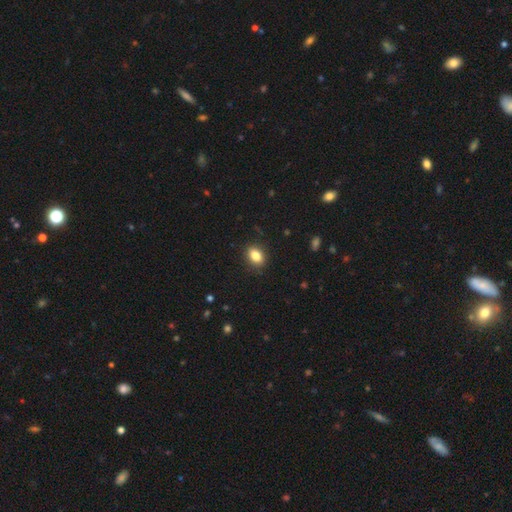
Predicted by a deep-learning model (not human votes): This appears to be a smooth galaxy with no disk features (84%) that is in between round and cigar-shaped (75%). Merging: none (88%).